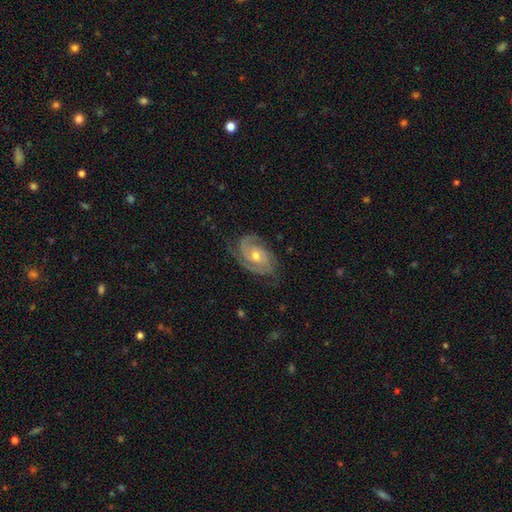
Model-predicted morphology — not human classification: Overall: featured or disk (88%). Edge-on disk: no (97%). Bar: no (64%; weak 28%). Spiral arms: yes (97%). Spiral arm count: 2 (58%; 3 22%). Spiral winding: tight (57%; medium 35%). Bulge size: moderate (65%; small 31%). Merging: none (74%).